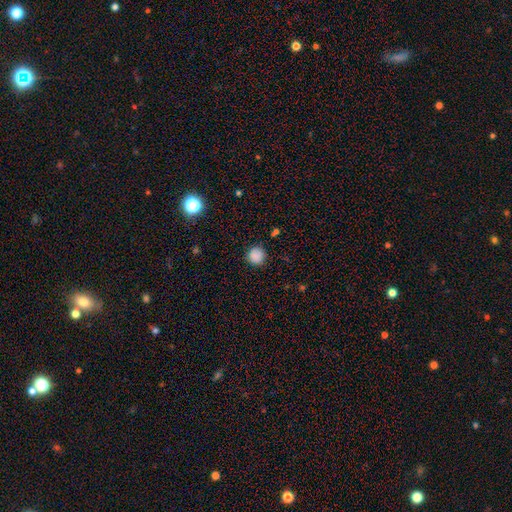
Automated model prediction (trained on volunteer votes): Smooth or featured? smooth (85%)
How rounded? round (92%)
Merging? none (87%)